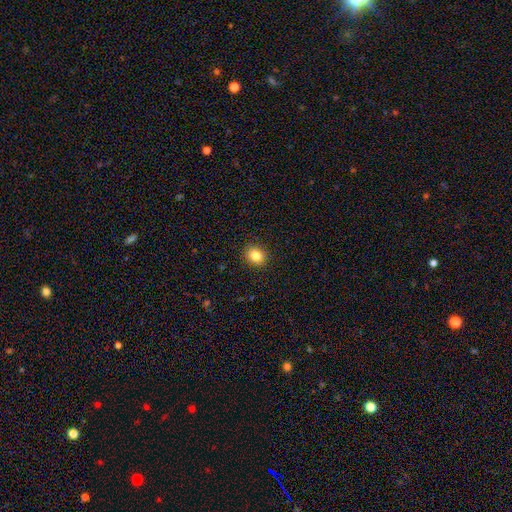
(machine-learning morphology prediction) Smooth or featured? Predicted: smooth (p=0.84). How rounded? Predicted: round (p=0.71). Merging? Predicted: none (p=0.90).